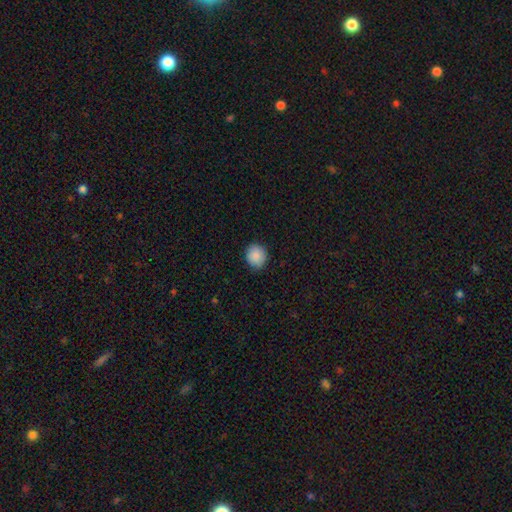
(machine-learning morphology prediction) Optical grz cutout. It shows a smooth galaxy with no disk features (89%) that is round (84%). Merging: none (88%).